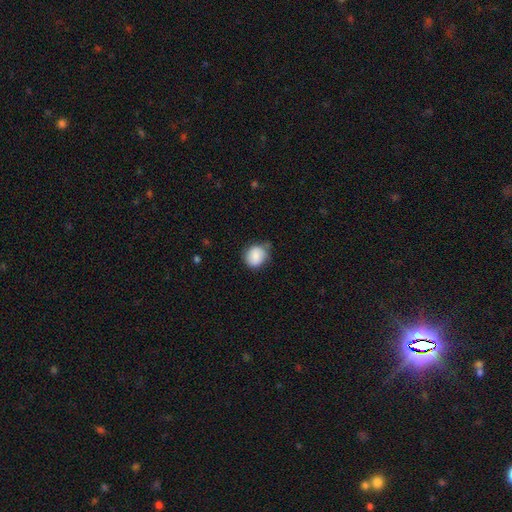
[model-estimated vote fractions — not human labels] A smooth galaxy with no disk features (81%) that is round (69%). Merging: none (61%).